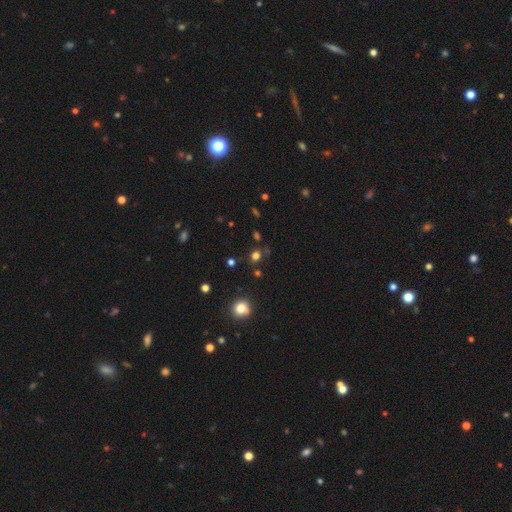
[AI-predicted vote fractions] A smooth galaxy with no disk features (66%) that is round (77%). Merging: none (78%).